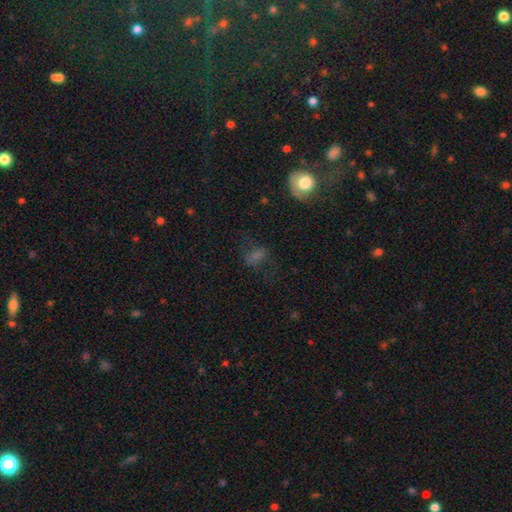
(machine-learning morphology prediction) A smooth galaxy with no disk features (49%).

Vote fractions:
- Smooth or featured? smooth: 49% / featured or disk: 26% / star or artifact: 26%
- Merging? none: 59% / major disturbance: 19% / minor disturbance: 18% / merger: 3%